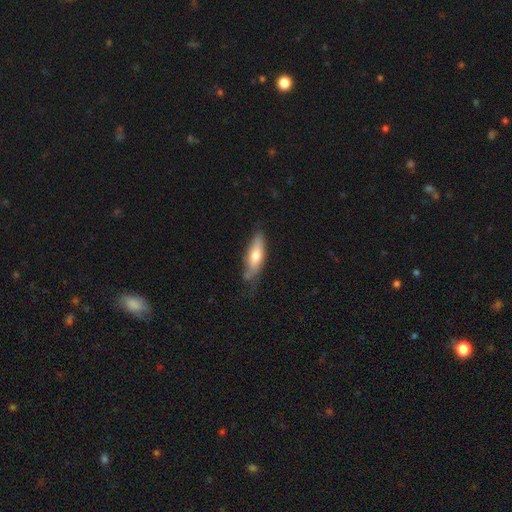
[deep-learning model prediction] Morphology: type=smooth (62%); roundness=in between (56%); merging=none (59%).